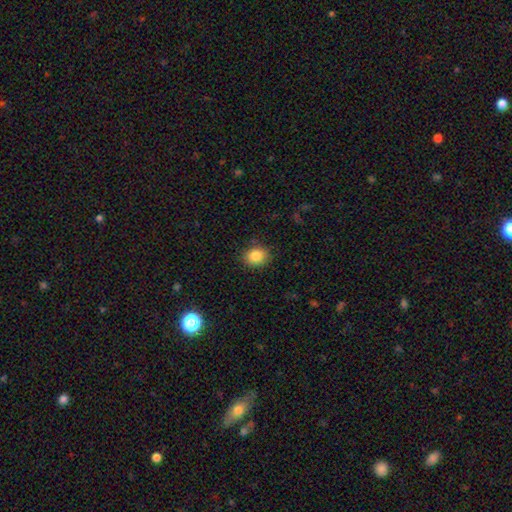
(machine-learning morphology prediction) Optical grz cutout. It shows a smooth galaxy with no disk features (85%) that is round (64%). Merging: none (86%).